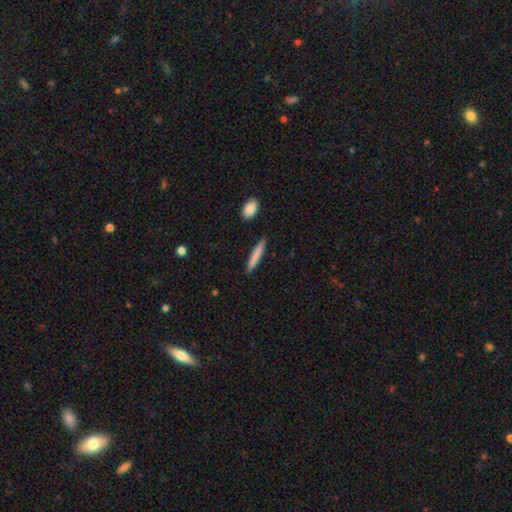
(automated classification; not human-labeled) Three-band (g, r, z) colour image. It shows a smooth galaxy with no disk features (78%) that is cigar-shaped (94%). Merging: none (89%).